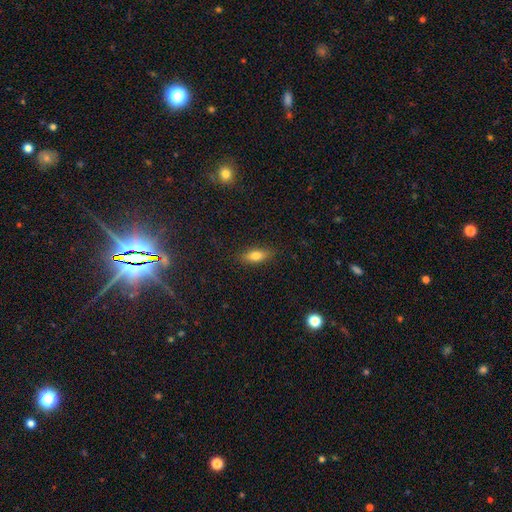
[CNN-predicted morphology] Smooth or featured?
  - smooth: 75% *
  - featured or disk: 17%
  - star or artifact: 8%
How rounded?
  - in between: 73% *
  - cigar-shaped: 24%
  - round: 4%
Merging?
  - none: 86% *
  - minor disturbance: 10%
  - major disturbance: 2%
  - merger: 1%